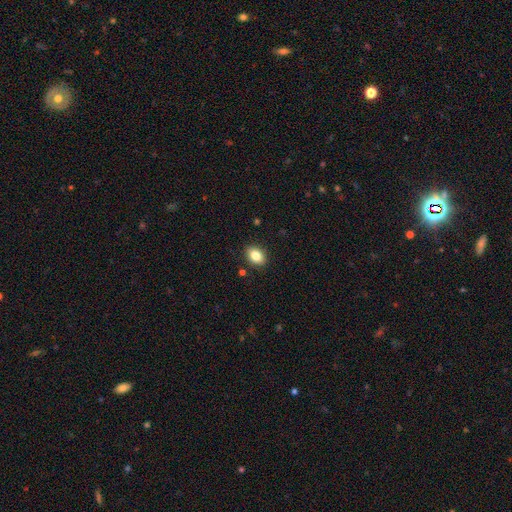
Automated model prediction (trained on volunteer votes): A smooth galaxy with no disk features (84%) that is in between round and cigar-shaped (75%). Merging: none (88%).